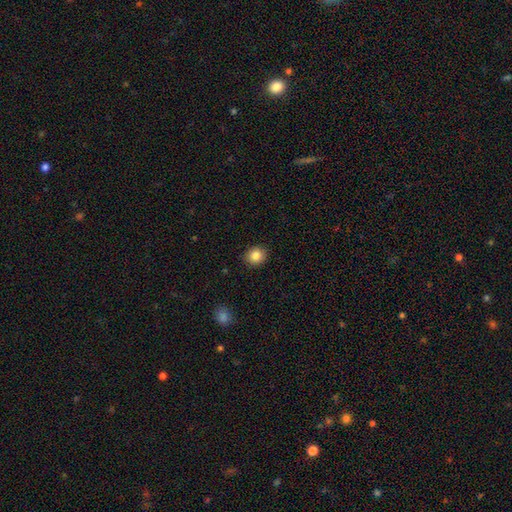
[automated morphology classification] Smooth or featured: smooth — 84% (star or artifact — 10%)
How rounded: round — 79% (in between — 20%)
Merging: none — 91% (minor disturbance — 6%)